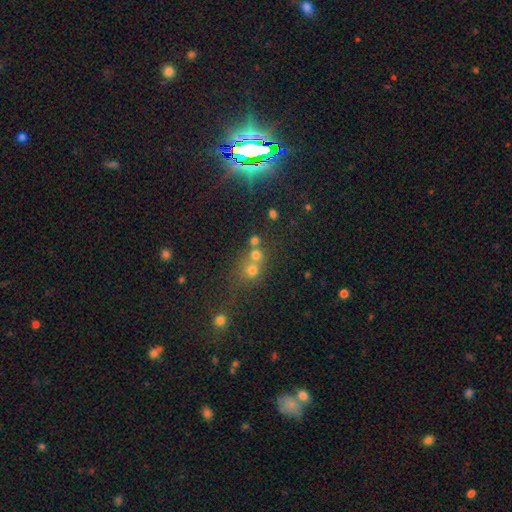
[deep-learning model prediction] This appears to be a smooth galaxy with no disk features (56%) that is round (85%). Merging: none (48%).